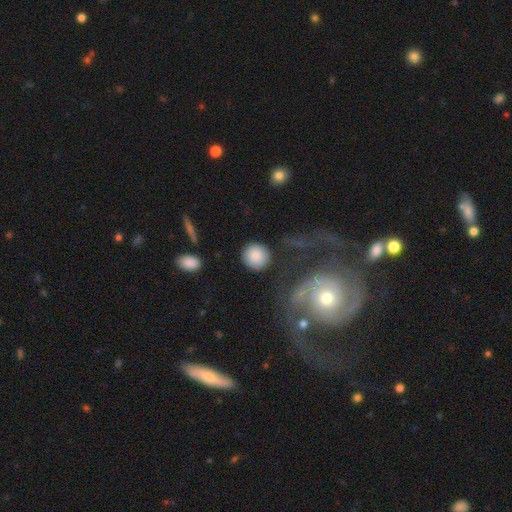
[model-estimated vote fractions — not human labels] Smooth or featured: smooth — 85% (featured or disk — 8%)
How rounded: round — 92% (in between — 7%)
Merging: none — 82% (minor disturbance — 9%)